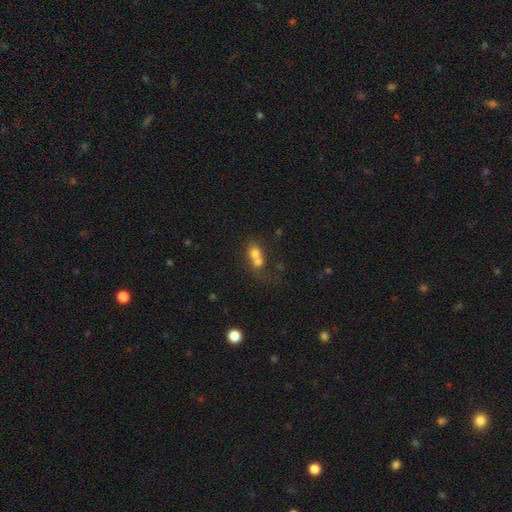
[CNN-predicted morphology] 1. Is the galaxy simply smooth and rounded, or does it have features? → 67% smooth, 21% featured or disk, 12% star or artifact.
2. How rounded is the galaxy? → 59% round, 38% in between, 2% cigar-shaped.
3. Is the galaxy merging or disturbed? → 69% merger, 20% none, 6% minor disturbance, 5% major disturbance.